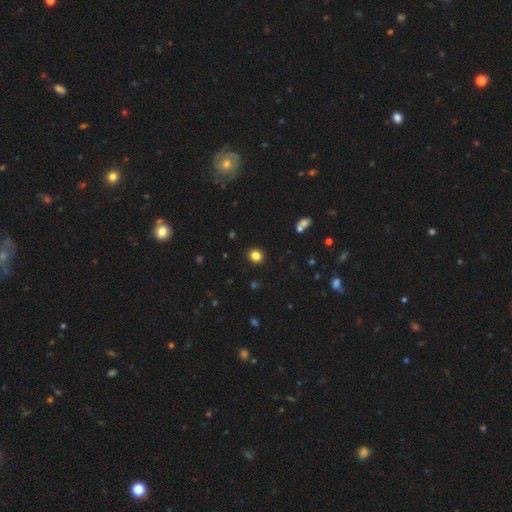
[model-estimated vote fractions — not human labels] This appears to be a smooth galaxy with no disk features (83%) that is round (86%). Merging: none (91%).